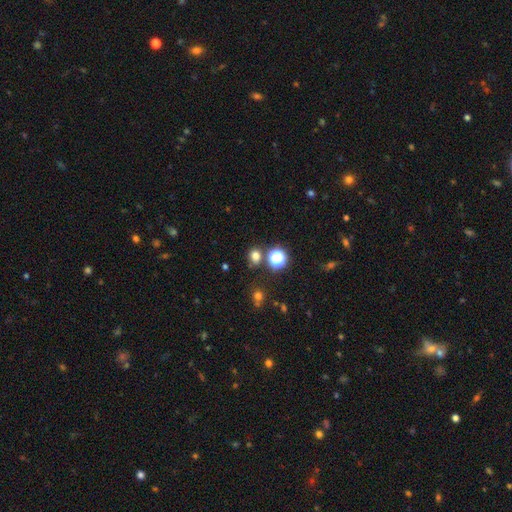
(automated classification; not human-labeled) Smooth or featured: smooth — 69% (star or artifact — 25%)
How rounded: round — 74% (in between — 25%)
Merging: none — 78% (minor disturbance — 10%)